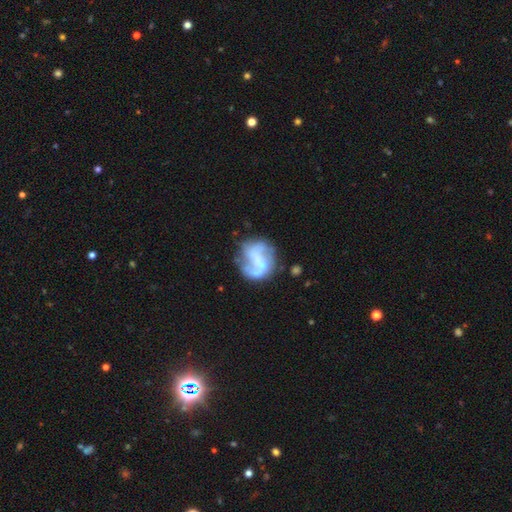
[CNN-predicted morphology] Smooth or featured?
  - featured or disk: 69% *
  - smooth: 23%
  - star or artifact: 8%
Edge-on disk?
  - no: 98% *
  - yes: 2%
Bar?
  - no: 45% *
  - weak: 35%
  - strong: 20%
Spiral arms?
  - yes: 67% *
  - no: 33%
Bulge size?
  - none: 45% *
  - small: 33%
  - moderate: 17%
  - large: 4%
  - dominant: 2%
Merging?
  - none: 47% *
  - major disturbance: 23%
  - minor disturbance: 20%
  - merger: 11%